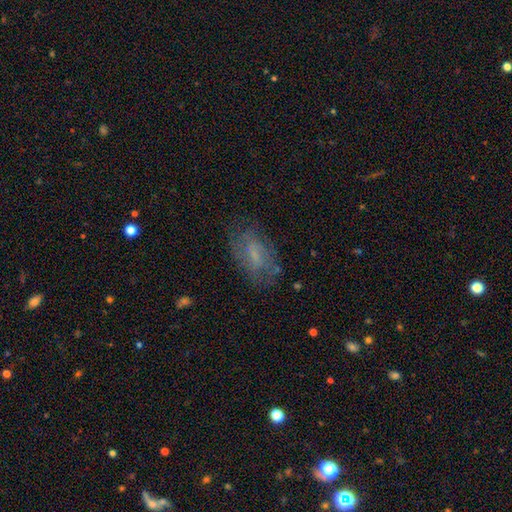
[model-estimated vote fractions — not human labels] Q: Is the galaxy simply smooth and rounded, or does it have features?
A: smooth — 46%.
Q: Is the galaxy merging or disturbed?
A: none — 67%.